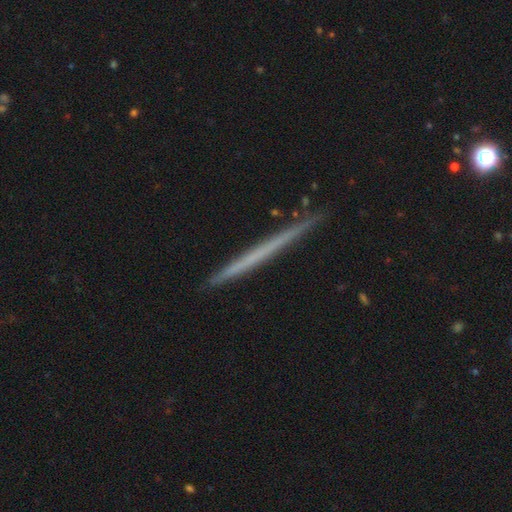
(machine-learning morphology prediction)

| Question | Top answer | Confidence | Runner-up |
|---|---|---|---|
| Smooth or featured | featured or disk | 53% | smooth (38%) |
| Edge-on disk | yes | 97% | no (3%) |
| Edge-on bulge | none | 94% | rounded (4%) |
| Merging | none | 90% | minor disturbance (7%) |